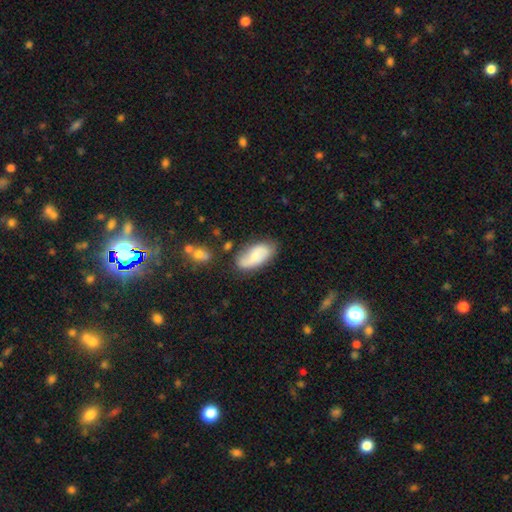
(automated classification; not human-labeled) Smooth or featured: smooth — 57% (featured or disk — 35%)
How rounded: in between — 91% (cigar-shaped — 6%)
Merging: none — 65% (minor disturbance — 23%)